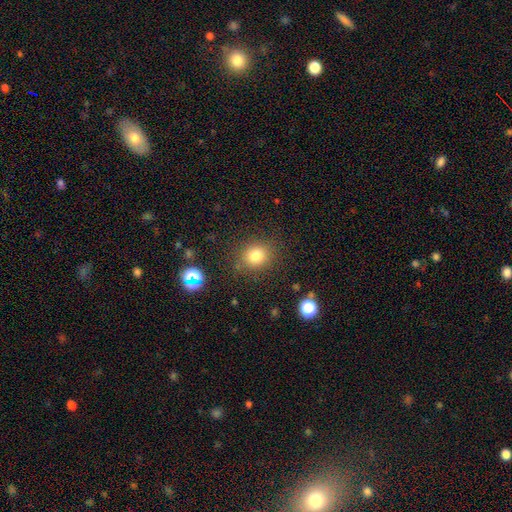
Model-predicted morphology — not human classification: The model was most divided on "how rounded": round: 81%, in between: 18%, cigar-shaped: 1%. More confident: merging — none (84%); smooth or featured — smooth (78%).